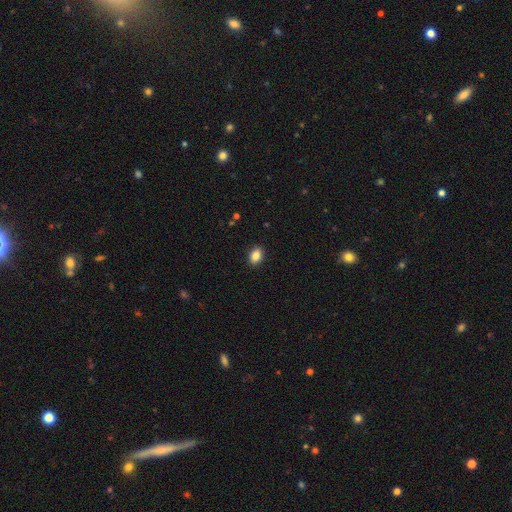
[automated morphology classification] Overall: smooth (86%). How rounded: in between (76%). Merging: none (90%).